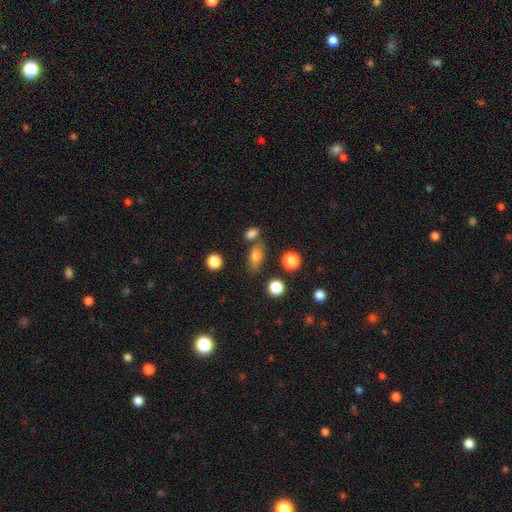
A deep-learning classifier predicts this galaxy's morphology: smooth_or_featured: smooth (p=0.77) [alt: star or artifact p=0.12]
how_rounded: in between (p=0.78) [alt: round p=0.13]
merging: none (p=0.66) [alt: minor disturbance p=0.15]